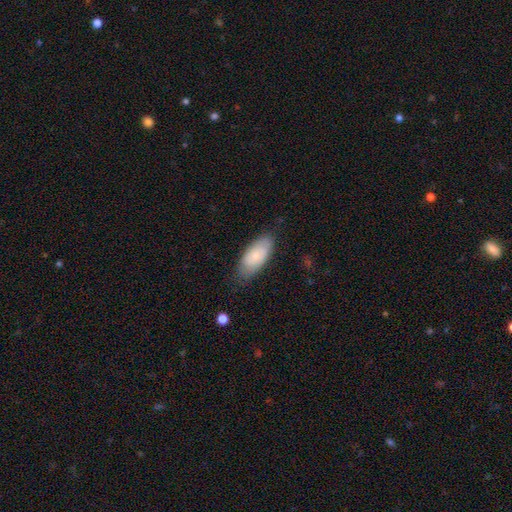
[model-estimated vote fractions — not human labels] This appears to be a smooth galaxy with no disk features (75%) that is in between round and cigar-shaped (88%). Merging: none (75%).